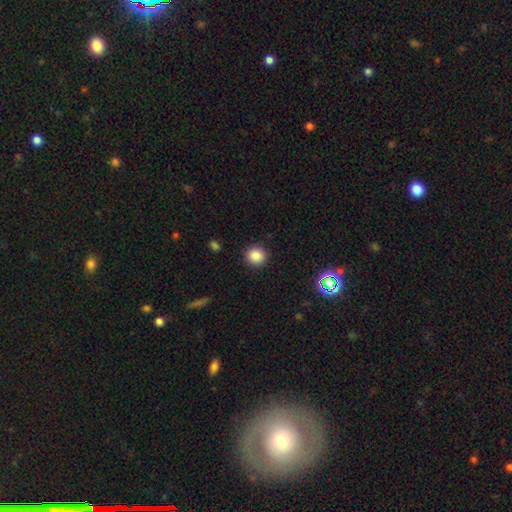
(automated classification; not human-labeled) This is clearly a smooth galaxy (86%). How rounded: clearly round (90%). Merging: clearly none (91%).